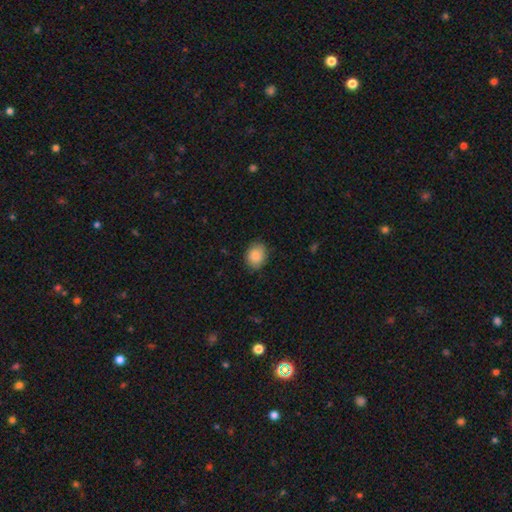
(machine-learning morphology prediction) smooth 87%, star or artifact 8%, featured or disk 5%. Down the decision tree: how rounded — in between (53%); merging — none (83%).